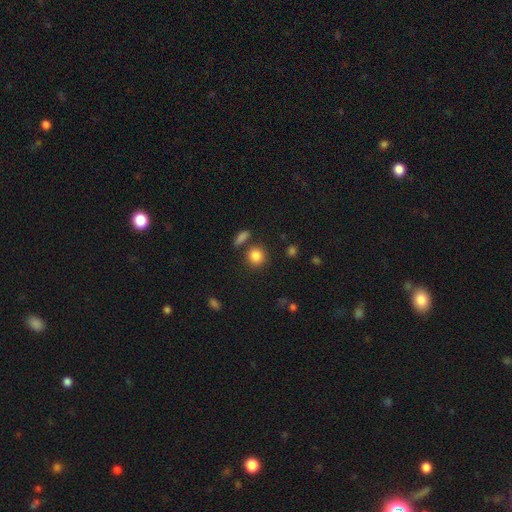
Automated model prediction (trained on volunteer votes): This is clearly a smooth galaxy (84%). How rounded: clearly round (86%). Merging: likely none (78%).